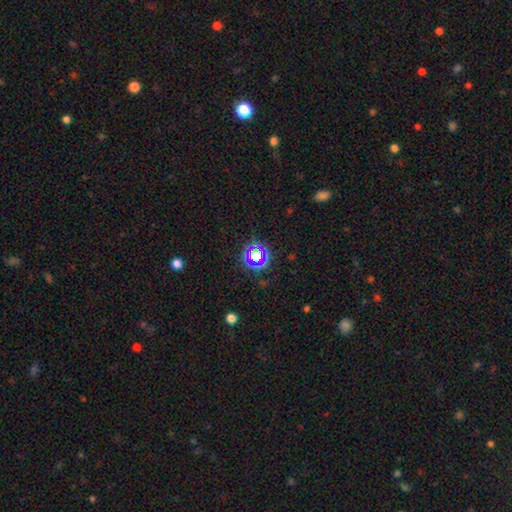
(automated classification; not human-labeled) Q: Smooth or featured?
A: star or artifact (62%); runner-up: smooth (26%)